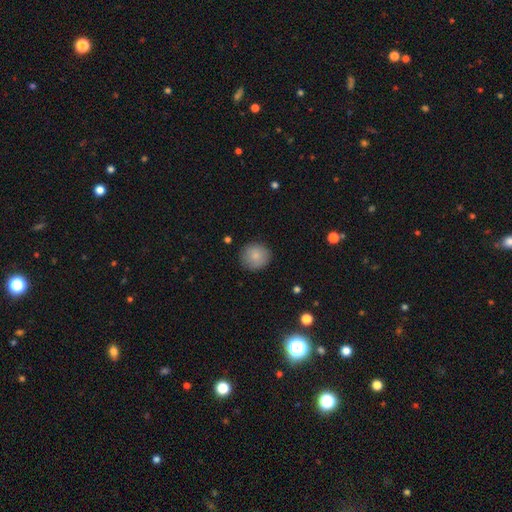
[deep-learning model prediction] Smooth or featured: smooth — 86% (star or artifact — 8%)
How rounded: round — 88% (in between — 11%)
Merging: none — 87% (minor disturbance — 9%)